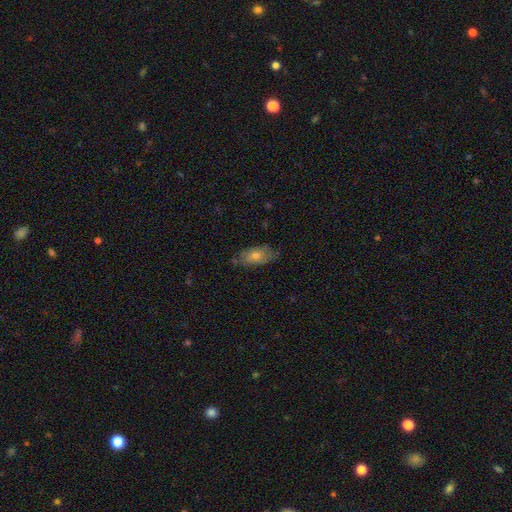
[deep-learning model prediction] smooth 62%, featured or disk 30%, star or artifact 8%. Down the decision tree: how rounded — in between (85%); merging — none (71%).